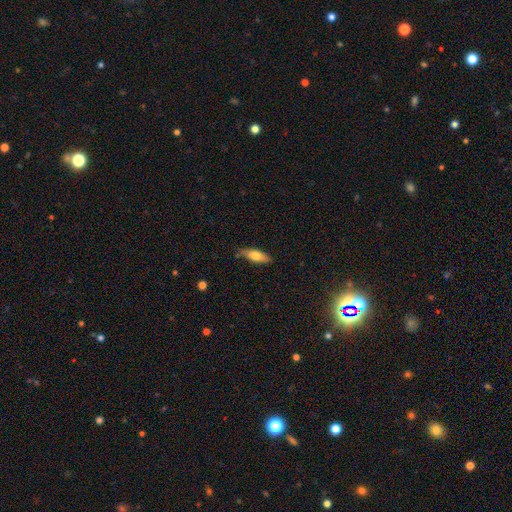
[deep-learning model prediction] Smooth or featured? Predicted: smooth (p=0.68). How rounded? Predicted: in between (p=0.59). Merging? Predicted: none (p=0.78).